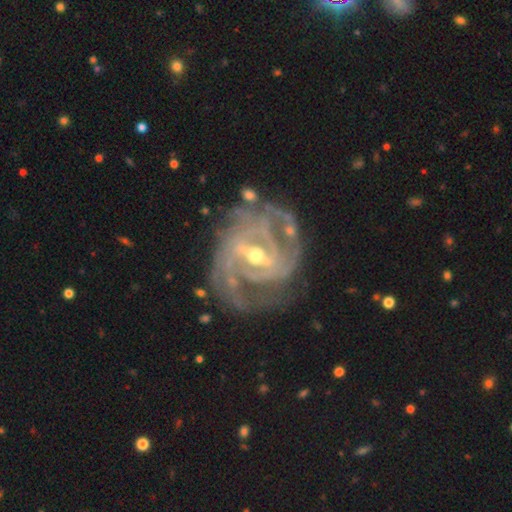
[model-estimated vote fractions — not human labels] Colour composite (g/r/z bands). It shows a featured or disk galaxy (91%) with a strong bar (53%), 2 (27%) tight (59%) spiral arms (96%) and a moderate central bulge (53%). Merging: none (68%).